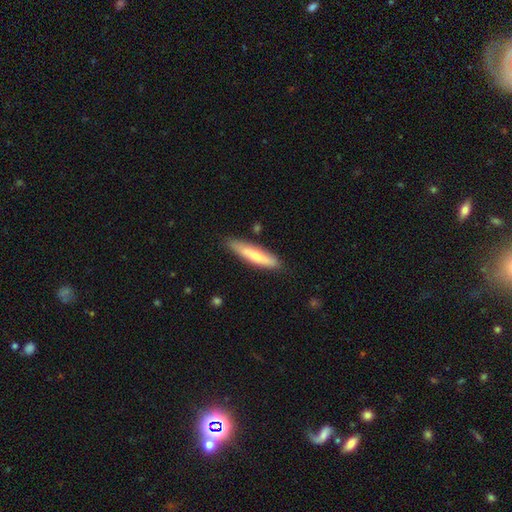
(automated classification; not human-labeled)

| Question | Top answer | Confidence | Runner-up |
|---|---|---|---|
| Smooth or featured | smooth | 71% | featured or disk (23%) |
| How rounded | cigar-shaped | 83% | in between (15%) |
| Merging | none | 80% | minor disturbance (16%) |